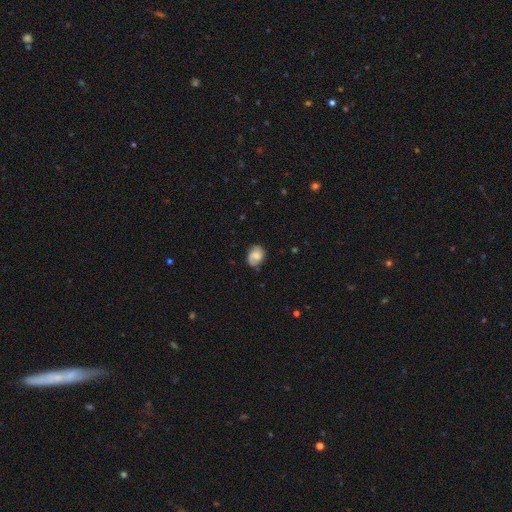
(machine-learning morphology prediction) smooth-or-featured: smooth: 63% | featured or disk: 28% | star or artifact: 8%
  how-rounded: in between: 55% | round: 43% | cigar-shaped: 1%
  merging: none: 68% | minor disturbance: 24% | major disturbance: 6% | merger: 2%